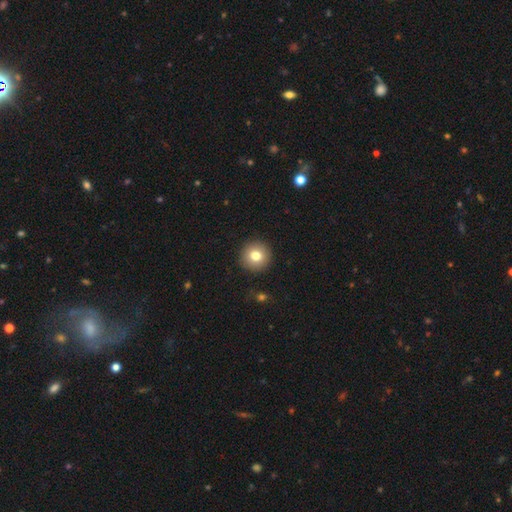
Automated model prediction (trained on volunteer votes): This appears to be a smooth galaxy with no disk features (78%) that is round (96%). Merging: none (92%).